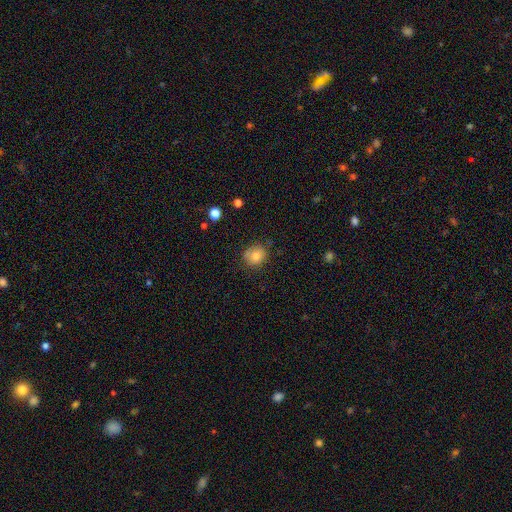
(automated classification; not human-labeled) A smooth galaxy with no disk features (80%) that is round (71%). Merging: none (74%).